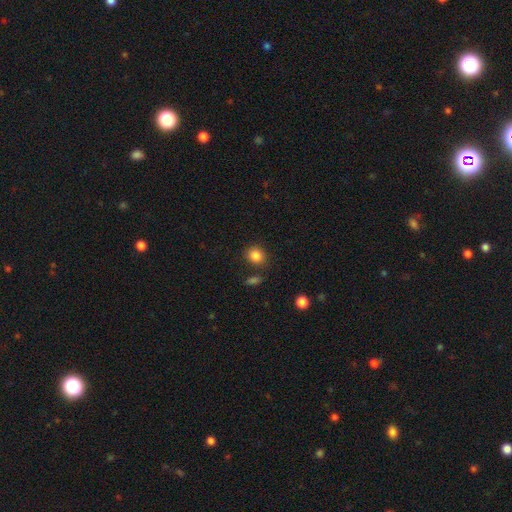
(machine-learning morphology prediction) The model was most divided on "how rounded": round: 71%, in between: 28%, cigar-shaped: 1%. More confident: smooth or featured — smooth (85%); merging — none (80%).